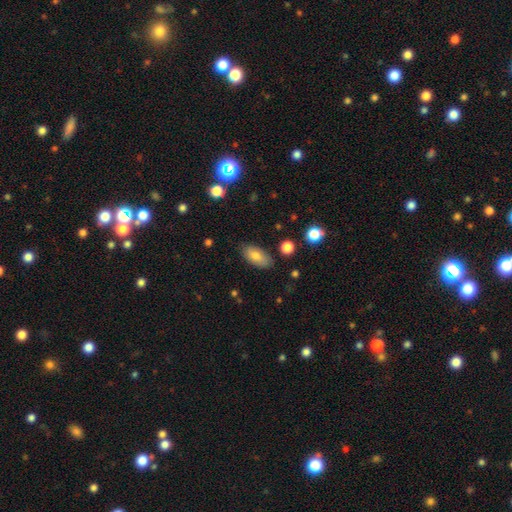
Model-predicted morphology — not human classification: Smooth or featured?
  - smooth: 80% *
  - featured or disk: 13%
  - star or artifact: 7%
How rounded?
  - in between: 91% *
  - cigar-shaped: 6%
  - round: 3%
Merging?
  - none: 82% *
  - minor disturbance: 13%
  - major disturbance: 3%
  - merger: 2%